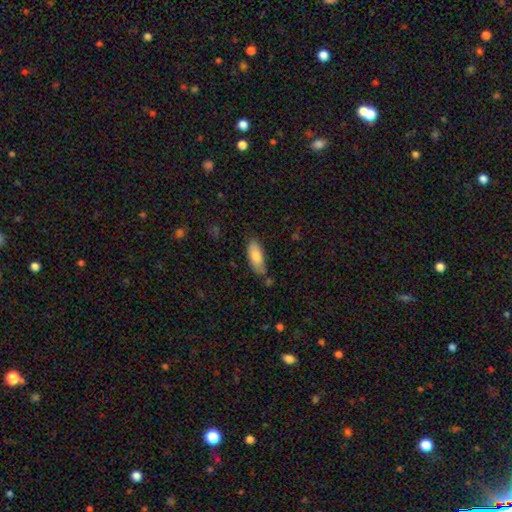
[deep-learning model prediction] This appears to be a smooth galaxy with no disk features (80%) that is in between round and cigar-shaped (80%). Merging: none (69%).